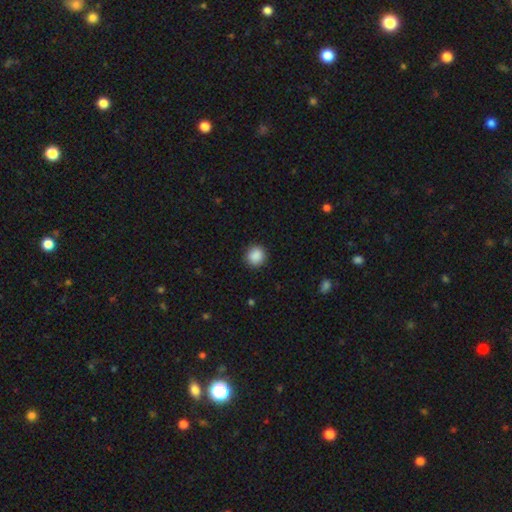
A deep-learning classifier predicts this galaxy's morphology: This is clearly a smooth galaxy (89%). How rounded: clearly round (90%). Merging: clearly none (90%).